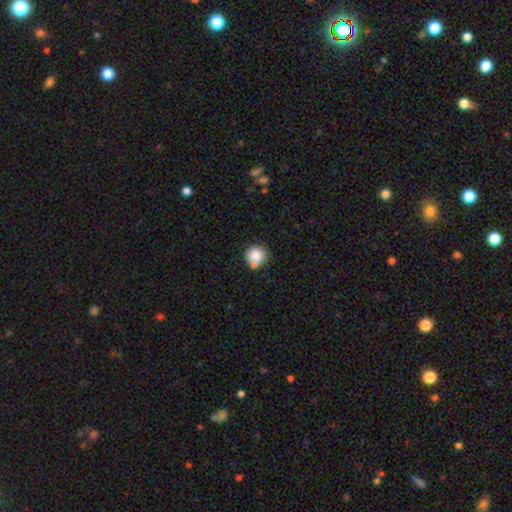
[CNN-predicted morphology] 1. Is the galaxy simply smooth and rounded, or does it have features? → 79% smooth, 11% featured or disk, 9% star or artifact.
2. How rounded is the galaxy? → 93% round, 7% in between, 1% cigar-shaped.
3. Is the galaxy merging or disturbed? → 67% none, 18% merger, 11% minor disturbance, 3% major disturbance.